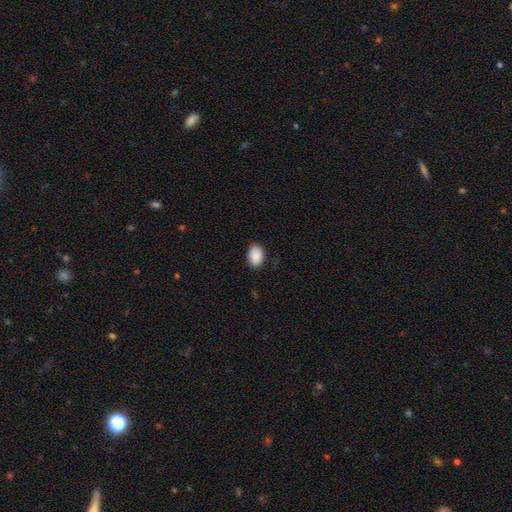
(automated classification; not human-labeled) smooth 90%, star or artifact 7%, featured or disk 3%. Down the decision tree: how rounded — in between (84%); merging — none (86%).